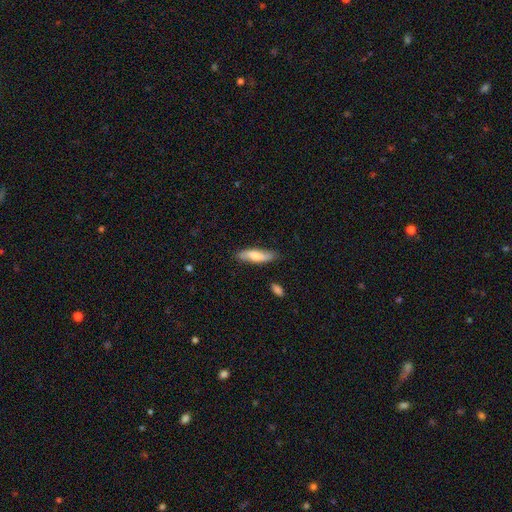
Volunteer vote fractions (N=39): Volunteers were most divided on "how rounded": cigar-shaped: 55%, in between: 45%, round: 0%. More confident: merging — none (83%); smooth or featured — smooth (56%).